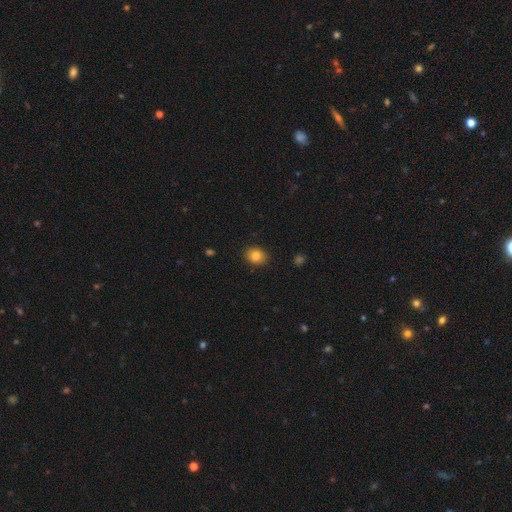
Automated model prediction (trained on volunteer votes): Morphology: type=smooth (84%); roundness=round (58%); merging=none (89%).